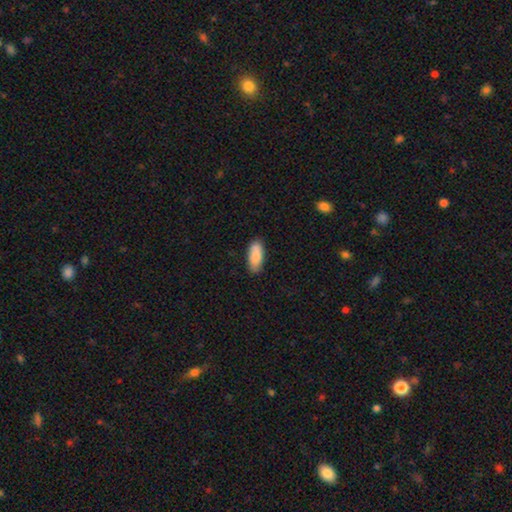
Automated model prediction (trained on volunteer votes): Smooth or featured? smooth (84%)
How rounded? in between (81%)
Merging? none (83%)